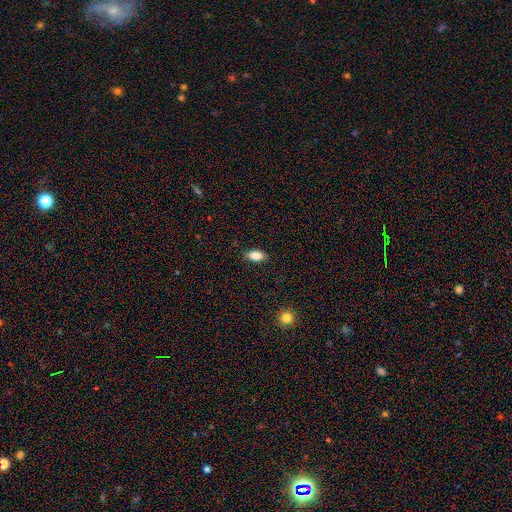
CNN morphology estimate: This is clearly a smooth galaxy (87%). How rounded: clearly in between (91%). Merging: clearly none (87%).